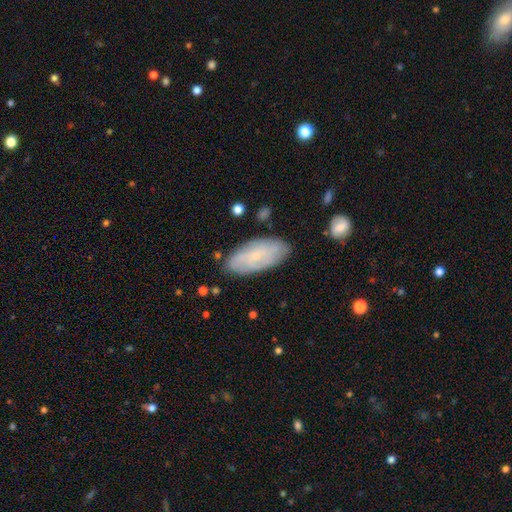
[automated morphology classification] Smooth or featured? Predicted: featured or disk (p=0.51). Edge-on disk? Predicted: no (p=0.88). Merging? Predicted: none (p=0.79).